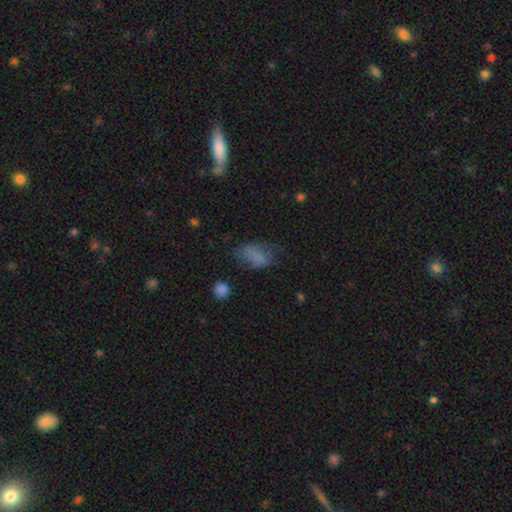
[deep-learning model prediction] Q: Smooth or featured?
A: smooth (66%); runner-up: featured or disk (21%)
Q: How rounded?
A: in between (87%); runner-up: round (9%)
Q: Merging?
A: none (47%); runner-up: minor disturbance (28%)